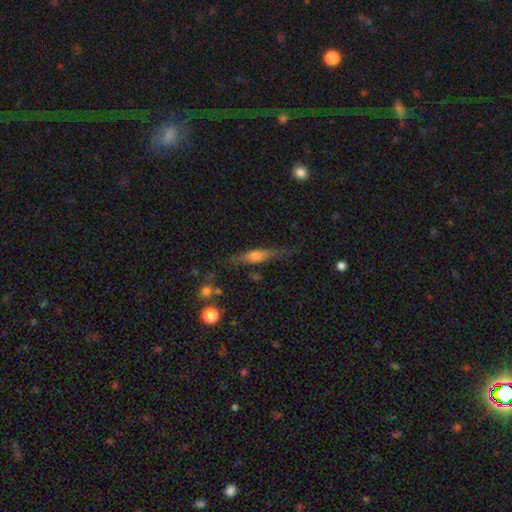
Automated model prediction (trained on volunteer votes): Smooth or featured?
  - featured or disk: 53% *
  - smooth: 39%
  - star or artifact: 8%
Edge-on disk?
  - yes: 90% *
  - no: 10%
Merging?
  - none: 75% *
  - minor disturbance: 17%
  - major disturbance: 6%
  - merger: 3%